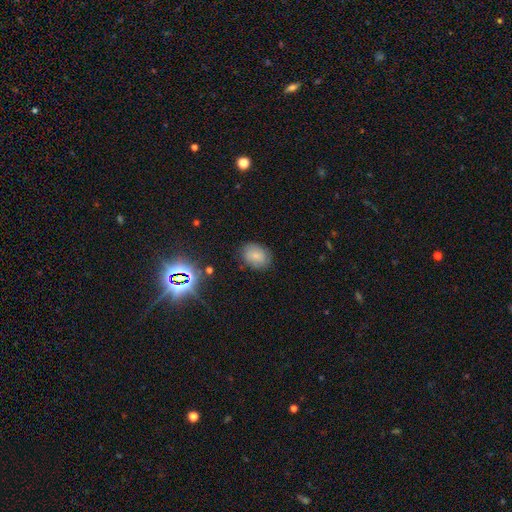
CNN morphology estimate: The model was most divided on "how rounded": in between: 68%, round: 31%, cigar-shaped: 1%. More confident: merging — none (81%); smooth or featured — smooth (78%).